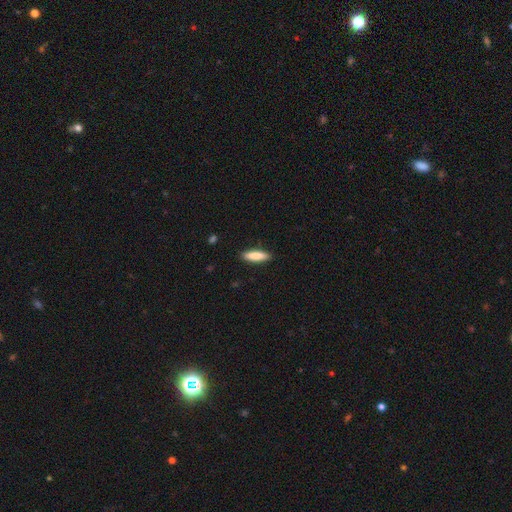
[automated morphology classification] Q: Smooth or featured?
A: smooth (84%); runner-up: featured or disk (10%)
Q: How rounded?
A: cigar-shaped (64%); runner-up: in between (34%)
Q: Merging?
A: none (90%); runner-up: minor disturbance (8%)